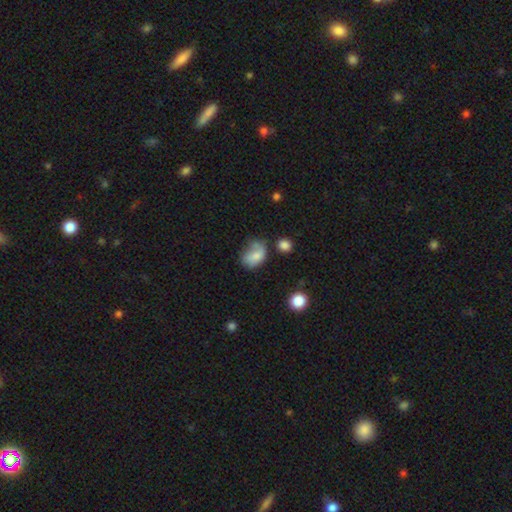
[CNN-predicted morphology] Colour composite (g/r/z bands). It shows a smooth galaxy with no disk features (71%) that is in between round and cigar-shaped (75%). Merging: none (34%).